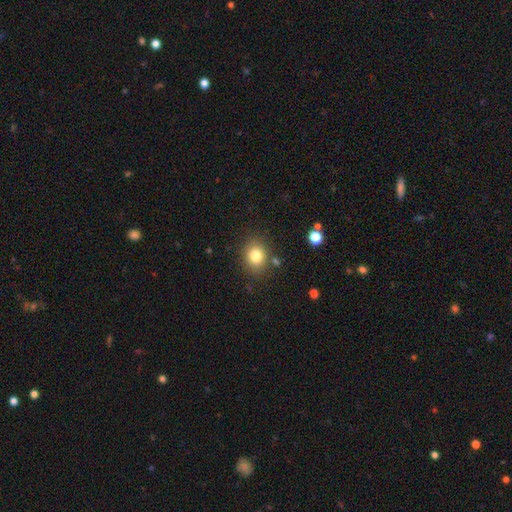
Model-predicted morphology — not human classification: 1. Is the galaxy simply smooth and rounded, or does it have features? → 80% smooth, 11% star or artifact, 8% featured or disk.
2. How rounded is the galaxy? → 66% round, 33% in between, 1% cigar-shaped.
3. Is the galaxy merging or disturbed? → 83% none, 10% minor disturbance, 4% merger, 3% major disturbance.